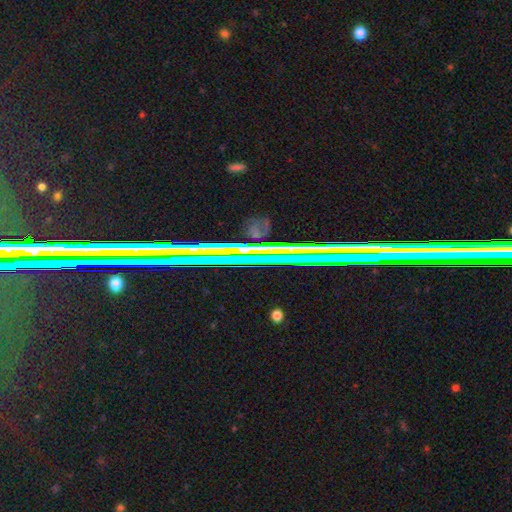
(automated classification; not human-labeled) Overall: star or artifact (72%).